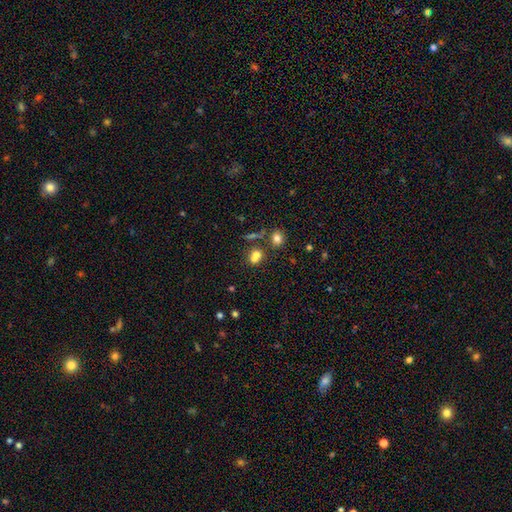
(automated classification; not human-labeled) smooth 69%, star or artifact 18%, featured or disk 13%. Down the decision tree: how rounded — round (54%); merging — merger (43%).